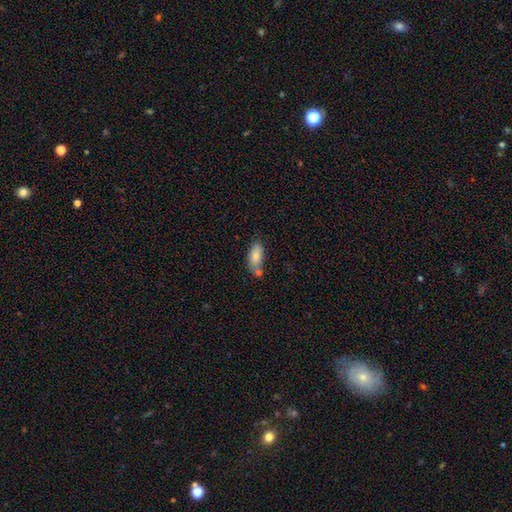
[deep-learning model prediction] Smooth or featured?
  - smooth: 81% *
  - featured or disk: 12%
  - star or artifact: 7%
How rounded?
  - in between: 86% *
  - cigar-shaped: 11%
  - round: 3%
Merging?
  - none: 50% *
  - merger: 25%
  - minor disturbance: 19%
  - major disturbance: 5%